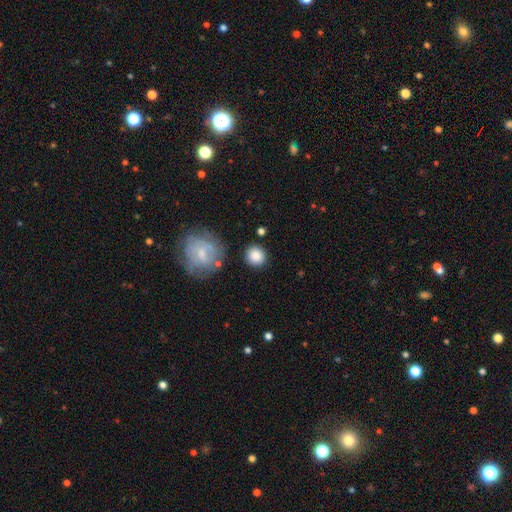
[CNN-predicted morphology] type=smooth (84%); roundness=round (92%); merging=none (84%).